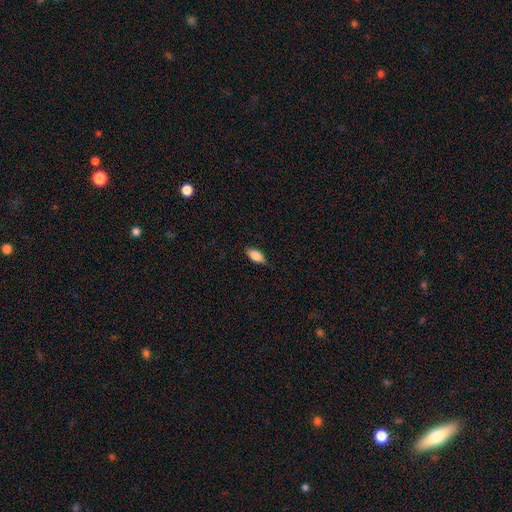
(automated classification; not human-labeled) Smooth or featured? smooth (85%)
How rounded? in between (89%)
Merging? none (85%)